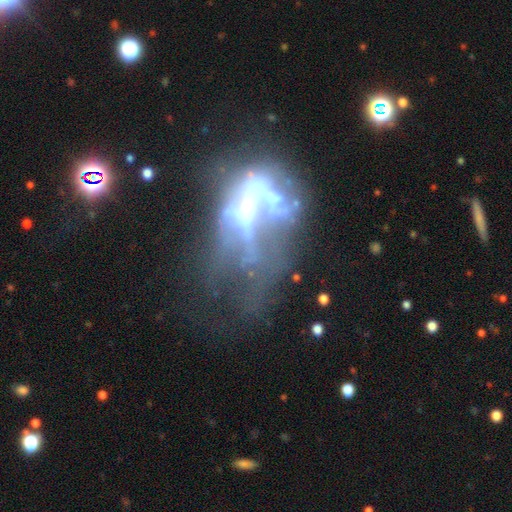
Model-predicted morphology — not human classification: A featured or disk galaxy (64%) with no bar (63%), no spiral arms (82%) and no central bulge (40%). Merging: major disturbance (46%).